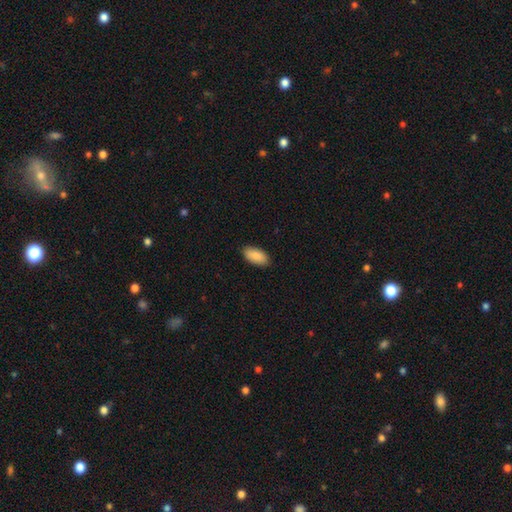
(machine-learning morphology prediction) smooth 88%, star or artifact 6%, featured or disk 6%. Down the decision tree: how rounded — in between (93%); merging — none (89%).